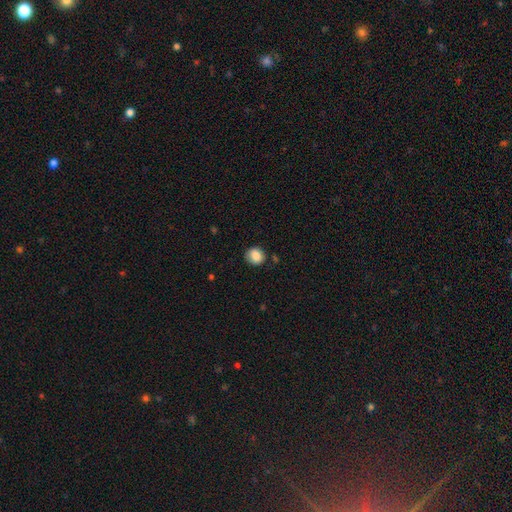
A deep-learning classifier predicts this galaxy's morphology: smooth-or-featured: smooth: 86% | star or artifact: 9% | featured or disk: 6%
  how-rounded: round: 74% | in between: 25% | cigar-shaped: 1%
  merging: none: 79% | minor disturbance: 15% | major disturbance: 3% | merger: 3%